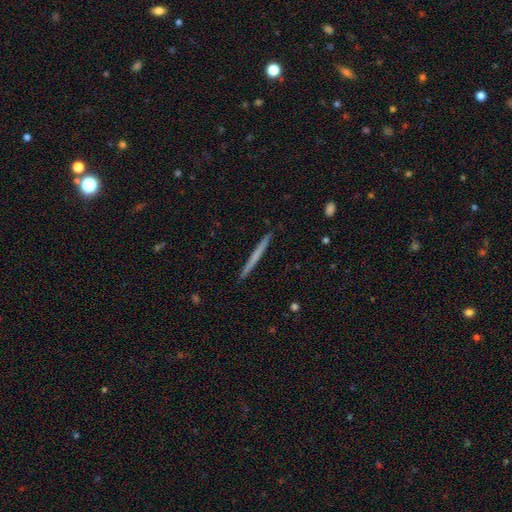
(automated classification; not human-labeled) Q: Smooth or featured?
A: smooth (51%); runner-up: featured or disk (44%)
Q: How rounded?
A: cigar-shaped (97%); runner-up: in between (2%)
Q: Merging?
A: none (93%); runner-up: minor disturbance (5%)